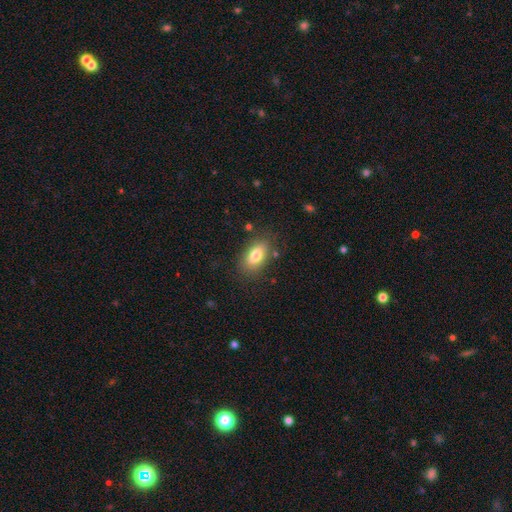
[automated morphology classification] smooth-or-featured: smooth: 80% | featured or disk: 12% | star or artifact: 8%
  how-rounded: in between: 88% | round: 6% | cigar-shaped: 5%
  merging: none: 81% | minor disturbance: 13% | major disturbance: 4% | merger: 2%